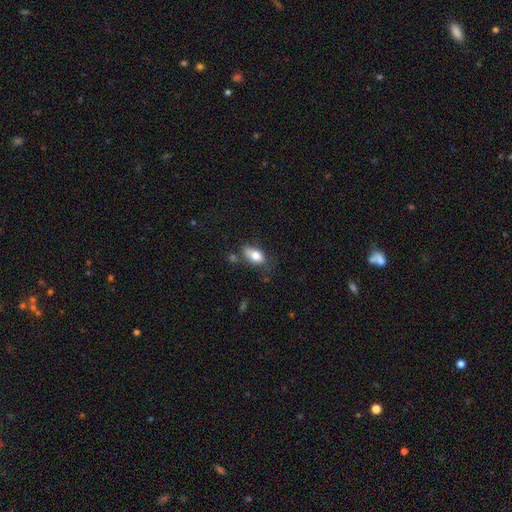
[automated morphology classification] smooth-or-featured: smooth: 78% | featured or disk: 14% | star or artifact: 8%
  how-rounded: in between: 89% | round: 7% | cigar-shaped: 4%
  merging: none: 56% | minor disturbance: 27% | major disturbance: 9% | merger: 8%